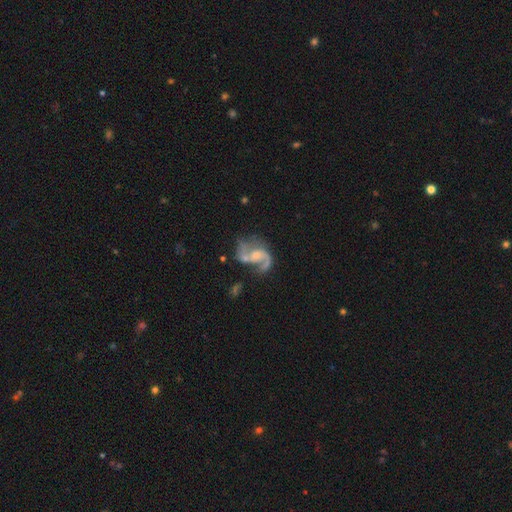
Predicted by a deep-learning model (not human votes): A featured or disk galaxy (86%) with no bar (48%), 2 (85%) loose (54%) spiral arms (93%) and a small central bulge (41%).

Vote fractions:
- Smooth or featured? featured or disk: 86% / smooth: 8% / star or artifact: 6%
- Edge-on disk? no: 98% / yes: 2%
- Bar? no: 48% / weak: 41% / strong: 11%
- Spiral arms? yes: 93% / no: 7%
- Spiral winding? loose: 54% / medium: 38% / tight: 8%
- Spiral arm count? 2: 85% / 1: 7% / can't tell: 4% / 3: 2% / 4: 1% / more than 4: 1%
- Bulge size? small: 41% / moderate: 33% / none: 20% / large: 4% / dominant: 1%
- Merging? none: 44% / major disturbance: 23% / minor disturbance: 19% / merger: 14%